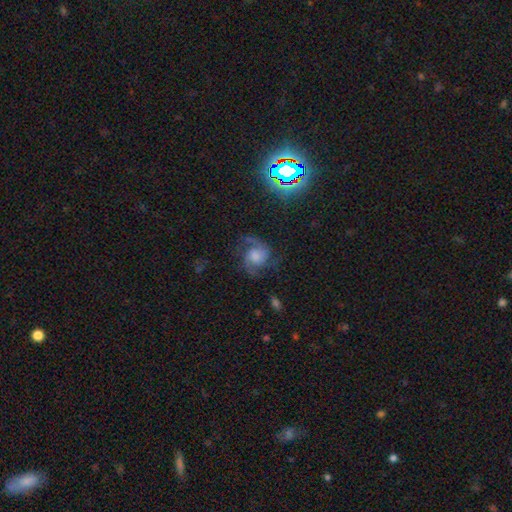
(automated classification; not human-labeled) A featured or disk galaxy (74%) with no bar (63%), 2 (77%) medium (54%) spiral arms (96%) and a moderate central bulge (32%). Merging: none (67%).